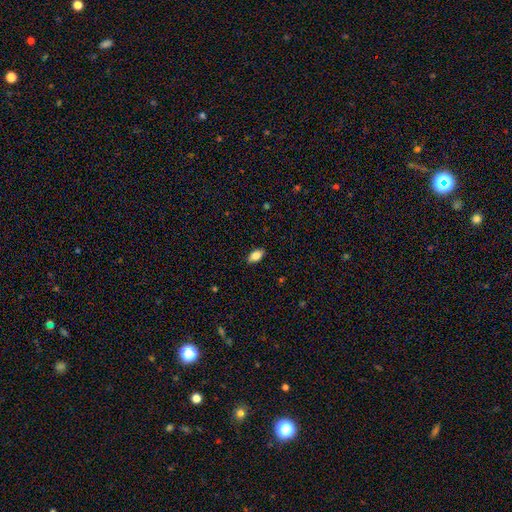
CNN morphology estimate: This appears to be a smooth galaxy with no disk features (85%) that is in between round and cigar-shaped (90%). Merging: none (86%).